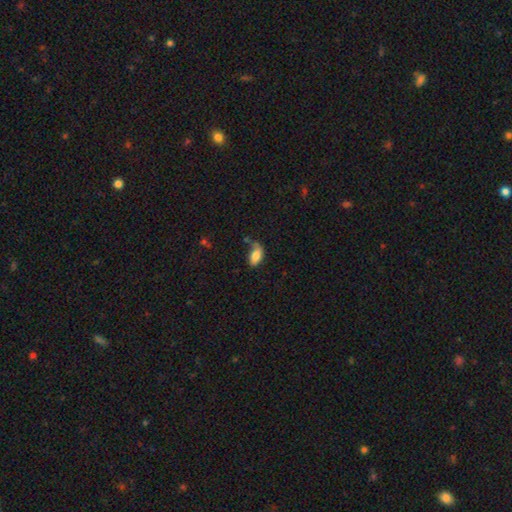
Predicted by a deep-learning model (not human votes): smooth 83%, featured or disk 10%, star or artifact 8%. Down the decision tree: how rounded — in between (91%); merging — none (50%).